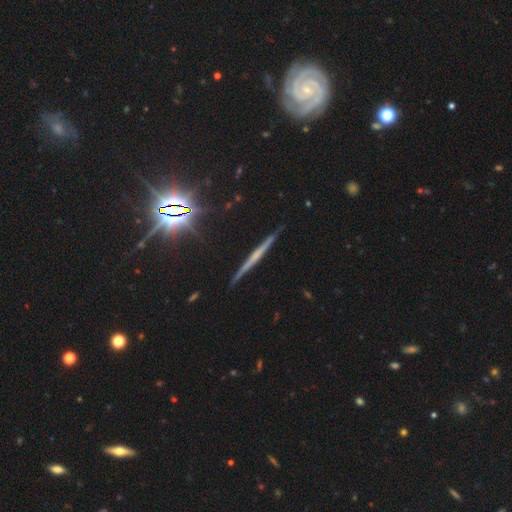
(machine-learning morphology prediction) Smooth or featured?
  - featured or disk: 58% *
  - smooth: 25%
  - star or artifact: 18%
Edge-on disk?
  - yes: 97% *
  - no: 3%
Edge-on bulge?
  - none: 65% *
  - rounded: 24%
  - boxy: 11%
Merging?
  - none: 89% *
  - minor disturbance: 8%
  - major disturbance: 2%
  - merger: 1%